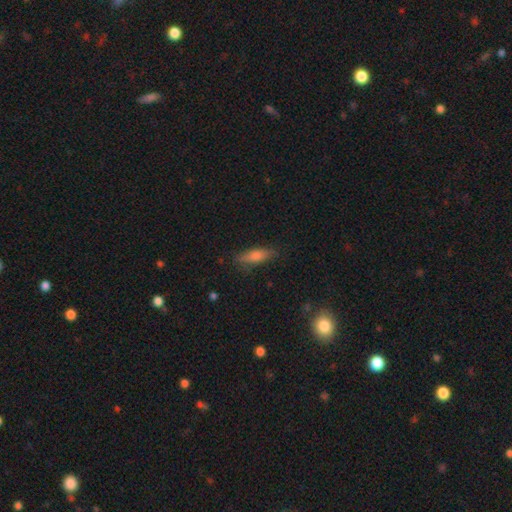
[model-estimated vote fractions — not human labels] A smooth galaxy with no disk features (62%) that is cigar-shaped (63%). Merging: none (82%).